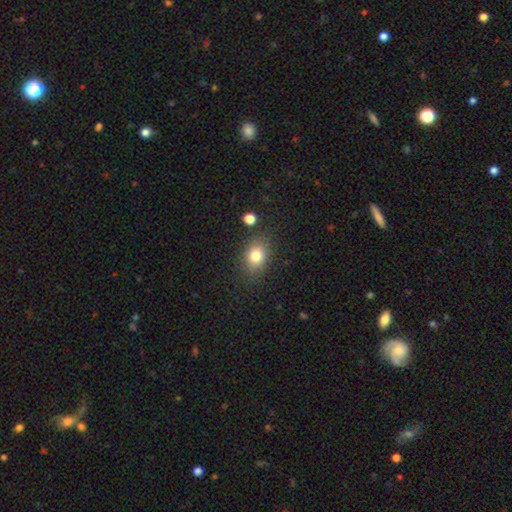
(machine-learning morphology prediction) Smooth or featured: smooth — 80% (star or artifact — 11%)
How rounded: in between — 64% (round — 35%)
Merging: none — 81% (minor disturbance — 12%)